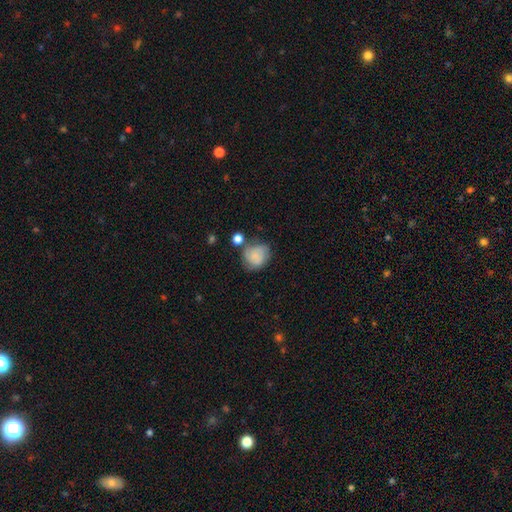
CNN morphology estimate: The model was most divided on "merging": none: 55%, minor disturbance: 23%, merger: 13%, major disturbance: 9%. More confident: how rounded — round (72%); smooth or featured — smooth (66%).